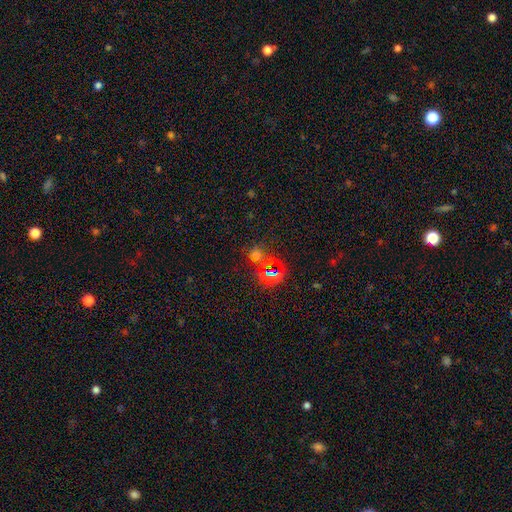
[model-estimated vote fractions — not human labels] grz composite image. It shows a star or artifact, not a galaxy (50%).